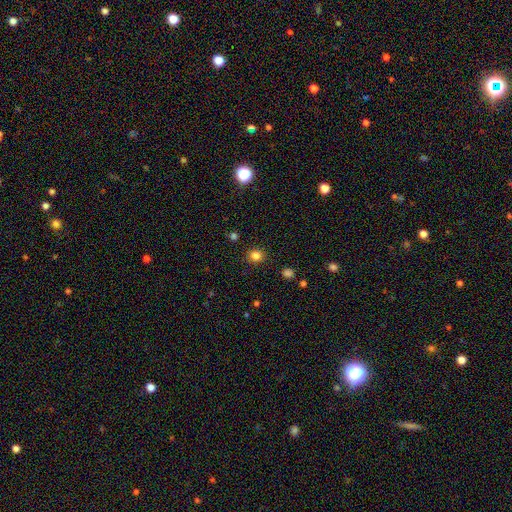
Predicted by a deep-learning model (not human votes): Overall: smooth (83%). How rounded: round (87%). Merging: none (90%).